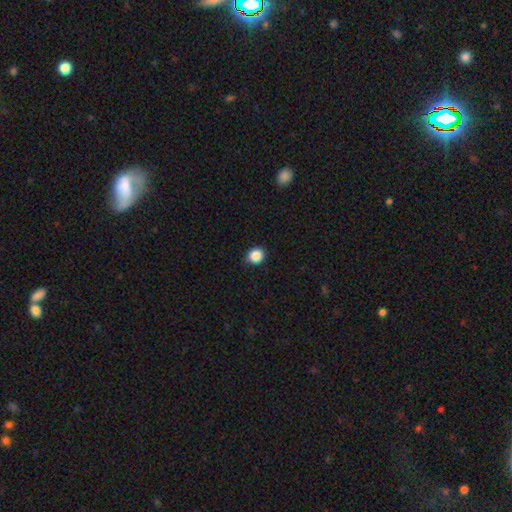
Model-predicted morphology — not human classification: Q: Smooth or featured?
A: smooth (86%); runner-up: star or artifact (10%)
Q: How rounded?
A: round (80%); runner-up: in between (19%)
Q: Merging?
A: none (87%); runner-up: minor disturbance (10%)